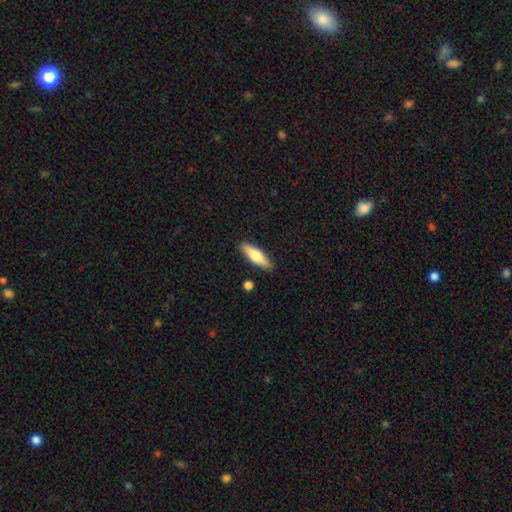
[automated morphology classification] smooth-or-featured: smooth: 60% | featured or disk: 34% | star or artifact: 6%
  how-rounded: cigar-shaped: 55% | in between: 42% | round: 2%
  merging: none: 88% | minor disturbance: 8% | merger: 2% | major disturbance: 2%